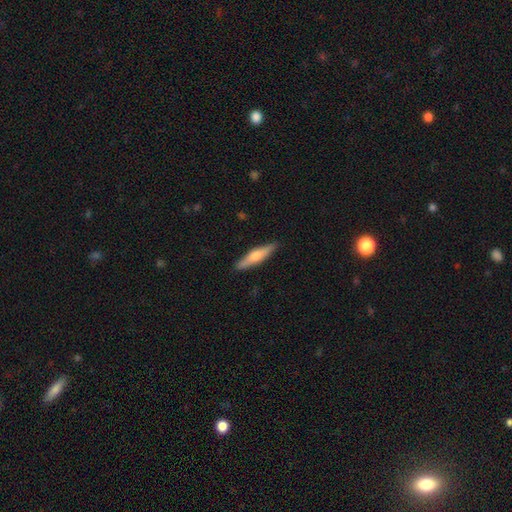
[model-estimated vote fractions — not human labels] smooth 53%, featured or disk 41%, star or artifact 5%. Down the decision tree: how rounded — cigar-shaped (84%); merging — none (89%).